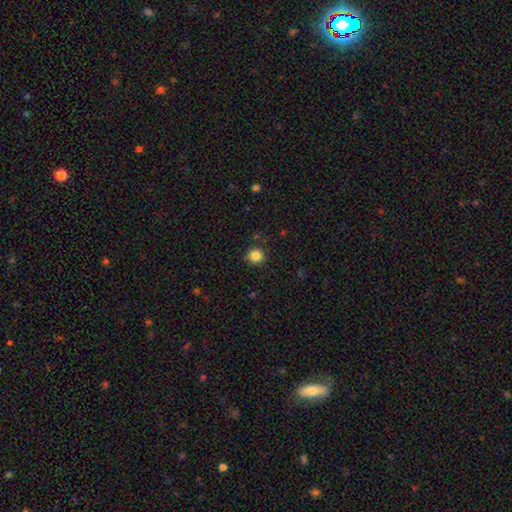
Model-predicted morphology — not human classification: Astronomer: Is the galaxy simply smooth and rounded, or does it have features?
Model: smooth — 85%.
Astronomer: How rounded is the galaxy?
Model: round — 89%.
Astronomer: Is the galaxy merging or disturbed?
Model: none — 87%.